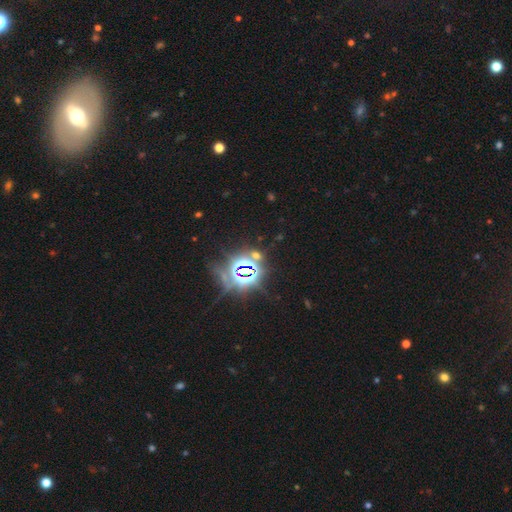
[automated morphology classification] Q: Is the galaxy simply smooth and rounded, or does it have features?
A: star or artifact — 77%.